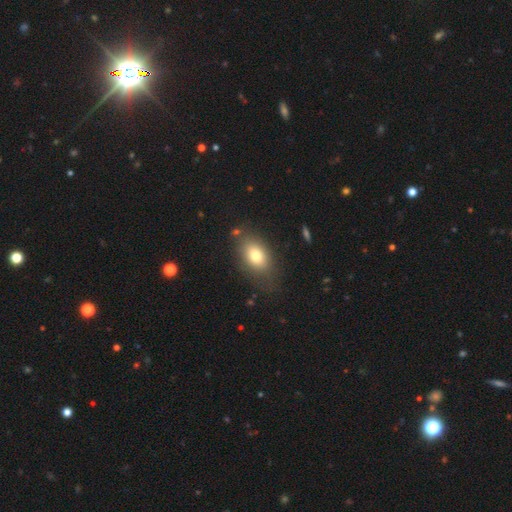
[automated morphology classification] Smooth or featured? smooth (76%)
How rounded? in between (85%)
Merging? none (72%)